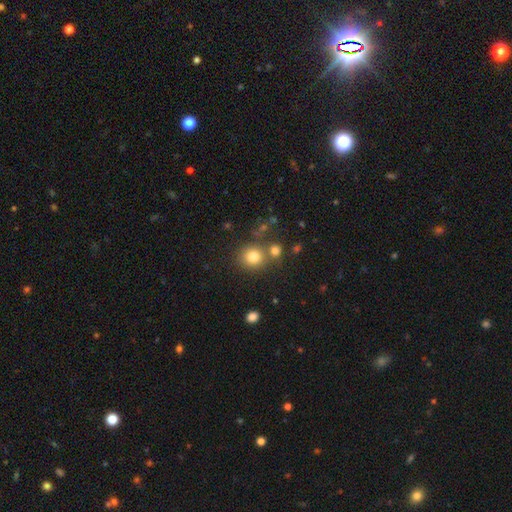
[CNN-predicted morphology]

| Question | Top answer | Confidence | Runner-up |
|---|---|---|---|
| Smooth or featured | smooth | 63% | star or artifact (28%) |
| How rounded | round | 90% | in between (9%) |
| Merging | none | 69% | merger (17%) |